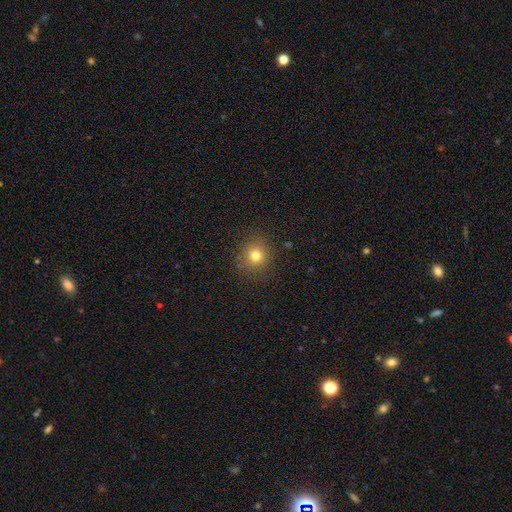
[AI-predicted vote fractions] This is likely a smooth galaxy (77%). How rounded: clearly round (89%). Merging: clearly none (87%).